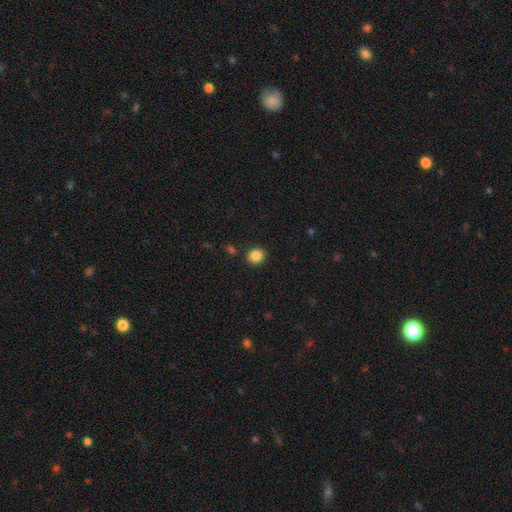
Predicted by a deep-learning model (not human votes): A smooth galaxy with no disk features (86%) that is round (83%). Merging: none (89%).